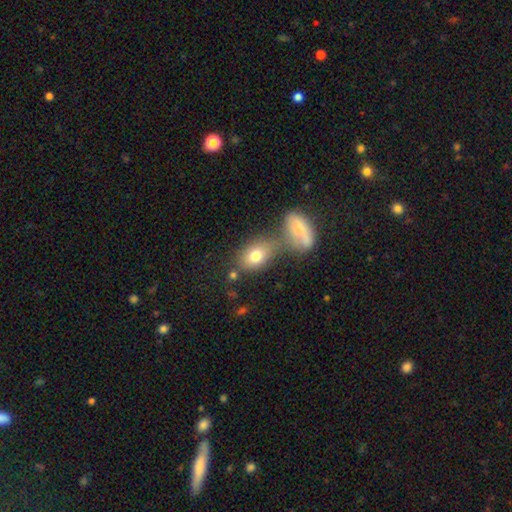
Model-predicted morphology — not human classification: smooth_or_featured: smooth (p=0.75) [alt: featured or disk p=0.15]
how_rounded: in between (p=0.76) [alt: round p=0.21]
merging: none (p=0.46) [alt: merger p=0.35]